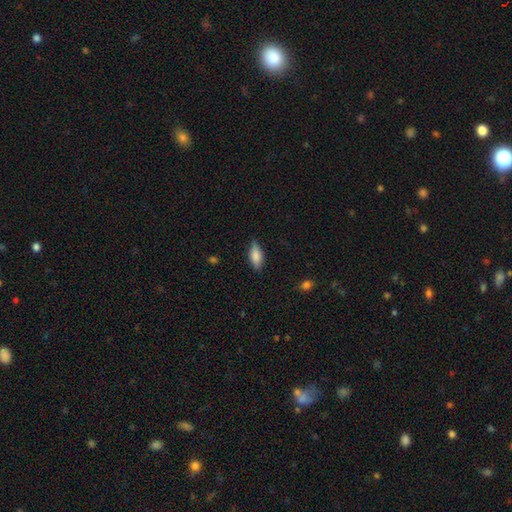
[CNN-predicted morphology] Smooth or featured? smooth (74%)
How rounded? in between (73%)
Merging? none (79%)